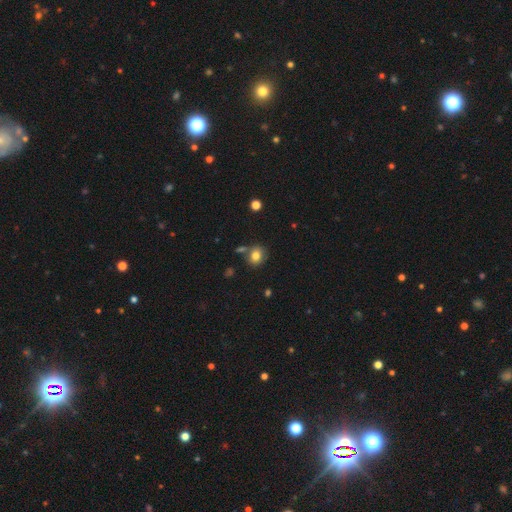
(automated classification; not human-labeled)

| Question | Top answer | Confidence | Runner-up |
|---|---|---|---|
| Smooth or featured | smooth | 80% | star or artifact (11%) |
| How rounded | round | 69% | in between (30%) |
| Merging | none | 72% | minor disturbance (13%) |